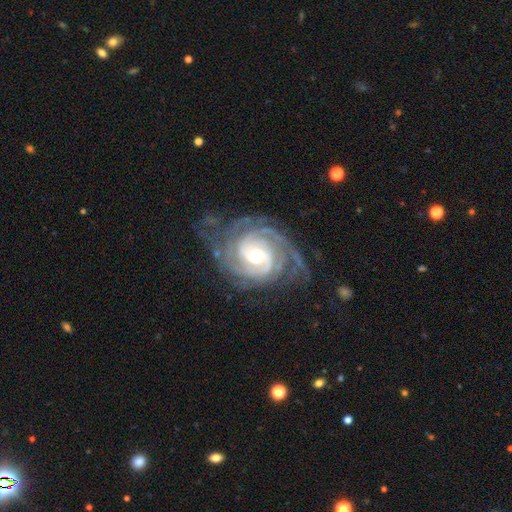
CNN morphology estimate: smooth_or_featured: featured or disk (p=0.92) [alt: star or artifact p=0.05]
disk_edge_on: no (p=0.98) [alt: yes p=0.02]
bar: weak (p=0.42) [alt: no p=0.40]
has_spiral_arms: yes (p=0.98) [alt: no p=0.02]
spiral_winding: tight (p=0.69) [alt: medium p=0.26]
spiral_arm_count: 2 (p=0.30) [alt: 3 p=0.25]
bulge_size: moderate (p=0.62) [alt: small p=0.27]
merging: none (p=0.68) [alt: minor disturbance p=0.19]